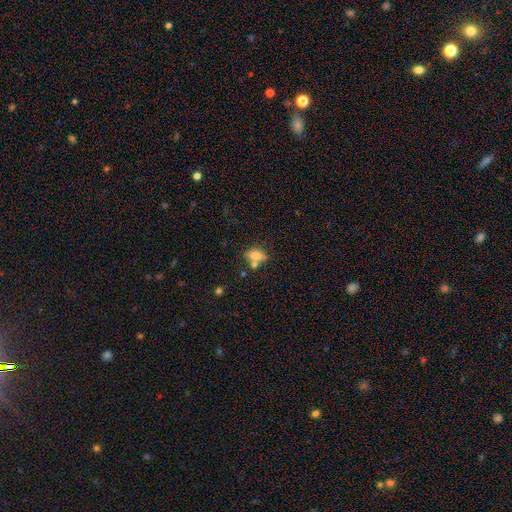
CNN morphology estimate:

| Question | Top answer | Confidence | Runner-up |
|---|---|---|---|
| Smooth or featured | smooth | 66% | featured or disk (23%) |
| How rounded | in between | 77% | round (12%) |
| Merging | none | 54% | merger (24%) |